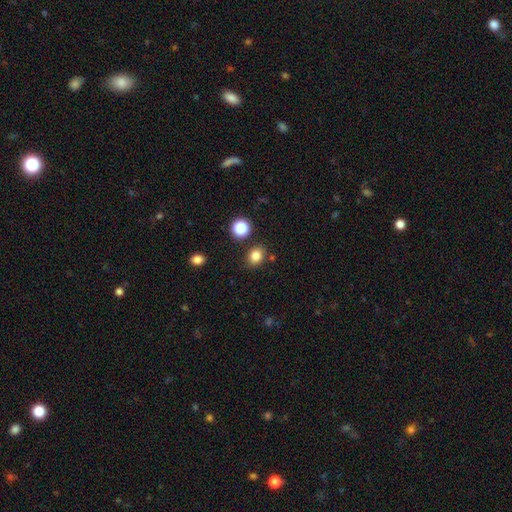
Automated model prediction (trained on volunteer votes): Q: Smooth or featured?
A: smooth (82%); runner-up: star or artifact (13%)
Q: How rounded?
A: round (52%); runner-up: in between (47%)
Q: Merging?
A: none (81%); runner-up: minor disturbance (10%)